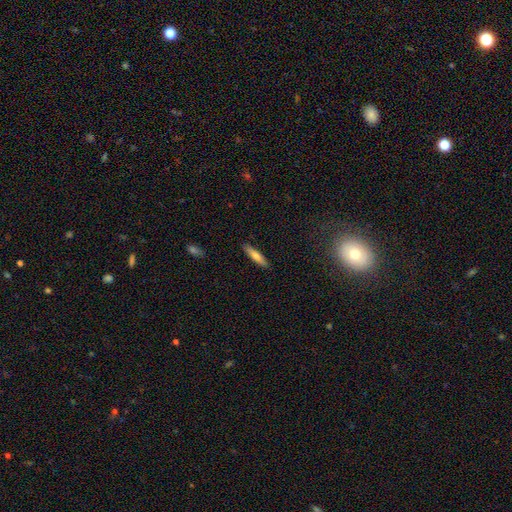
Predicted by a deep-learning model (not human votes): A smooth galaxy with no disk features (68%) that is cigar-shaped (81%).

Vote fractions:
- Smooth or featured? smooth: 68% / featured or disk: 26% / star or artifact: 6%
- How rounded? cigar-shaped: 81% / in between: 18% / round: 2%
- Merging? none: 89% / minor disturbance: 8% / major disturbance: 2% / merger: 1%